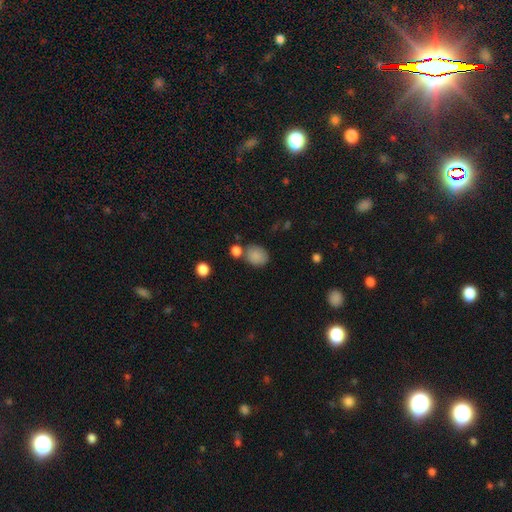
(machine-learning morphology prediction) Smooth or featured: smooth — 85% (star or artifact — 9%)
How rounded: round — 55% (in between — 44%)
Merging: none — 62% (merger — 18%)